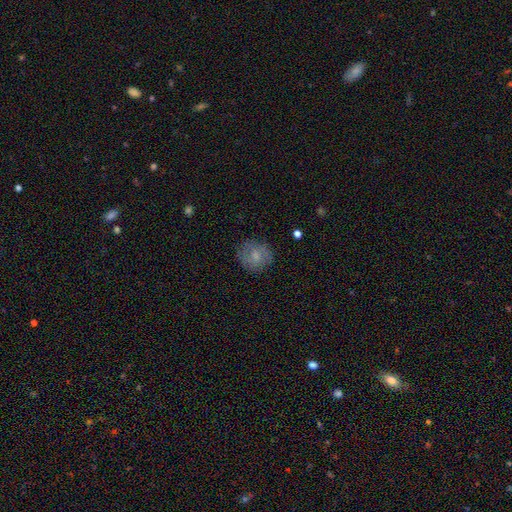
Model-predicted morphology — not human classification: A smooth galaxy with no disk features (62%) that is round (76%). Merging: none (76%).